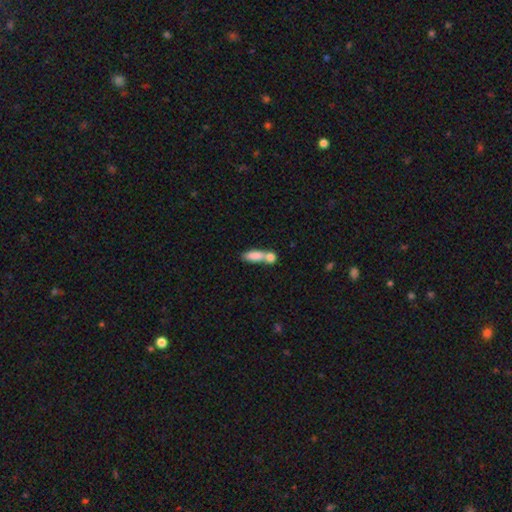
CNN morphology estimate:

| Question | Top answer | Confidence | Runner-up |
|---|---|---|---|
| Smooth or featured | smooth | 80% | featured or disk (12%) |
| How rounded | in between | 69% | cigar-shaped (25%) |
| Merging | merger | 59% | none (28%) |